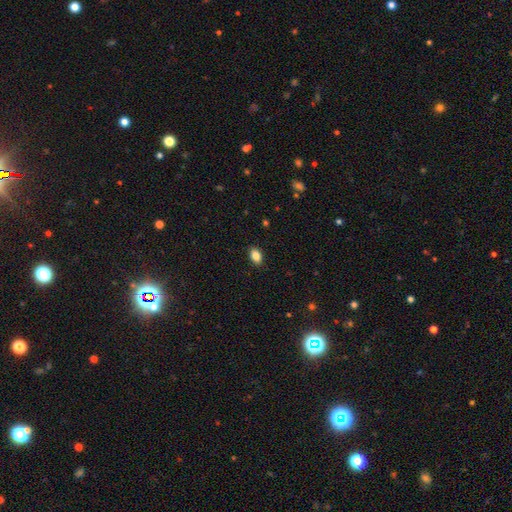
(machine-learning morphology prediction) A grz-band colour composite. It shows a smooth galaxy with no disk features (86%) that is in between round and cigar-shaped (86%). Merging: none (89%).